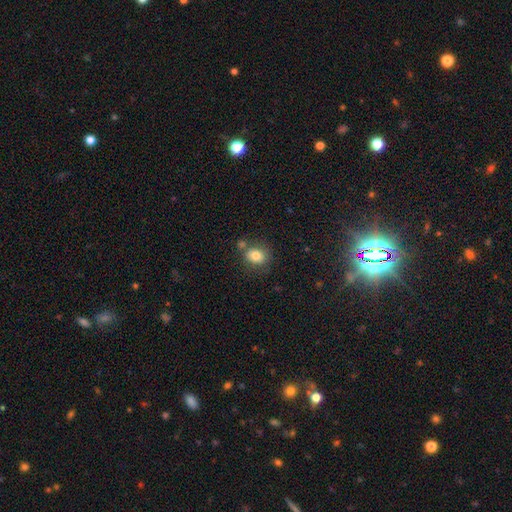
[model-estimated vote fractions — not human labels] A smooth galaxy with no disk features (81%) that is round (57%).

Vote fractions:
- Smooth or featured? smooth: 81% / star or artifact: 10% / featured or disk: 9%
- How rounded? round: 57% / in between: 42% / cigar-shaped: 1%
- Merging? none: 66% / merger: 16% / minor disturbance: 14% / major disturbance: 4%